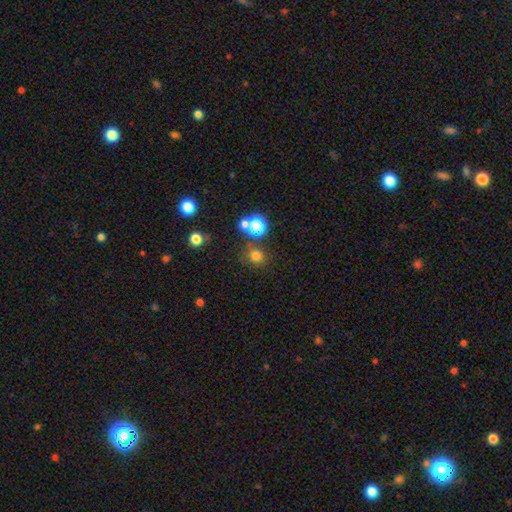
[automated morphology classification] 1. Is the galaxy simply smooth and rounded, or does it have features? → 73% smooth, 20% star or artifact, 6% featured or disk.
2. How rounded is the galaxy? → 88% round, 11% in between, 1% cigar-shaped.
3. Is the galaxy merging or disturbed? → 76% none, 11% merger, 9% minor disturbance, 4% major disturbance.